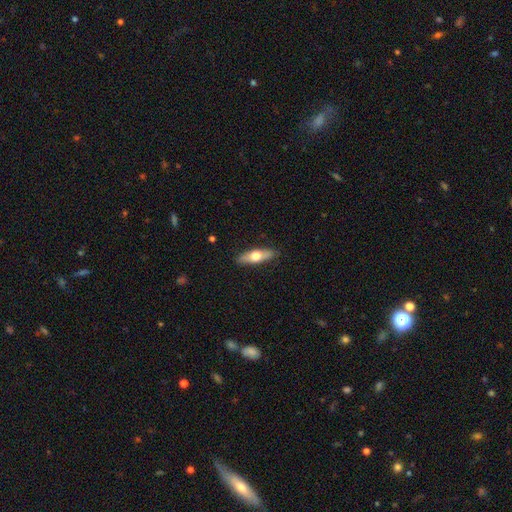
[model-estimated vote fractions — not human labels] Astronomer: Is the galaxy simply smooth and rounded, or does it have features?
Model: smooth — 56% (runner-up: featured or disk, 38%).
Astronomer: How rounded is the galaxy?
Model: cigar-shaped — 50% (runner-up: in between, 47%).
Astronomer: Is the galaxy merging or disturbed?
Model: none — 88%.